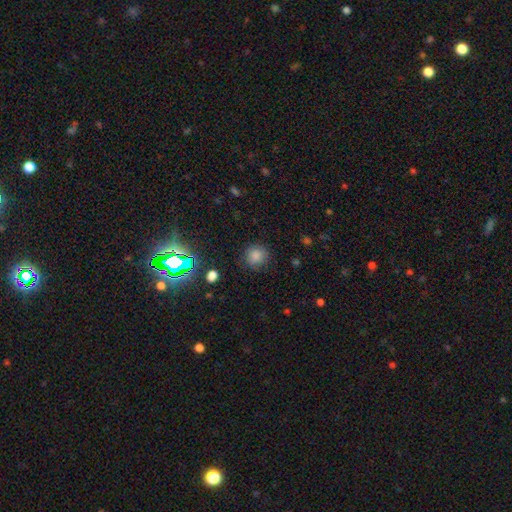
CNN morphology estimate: Overall: smooth (81%). How rounded: round (91%). Merging: none (84%).